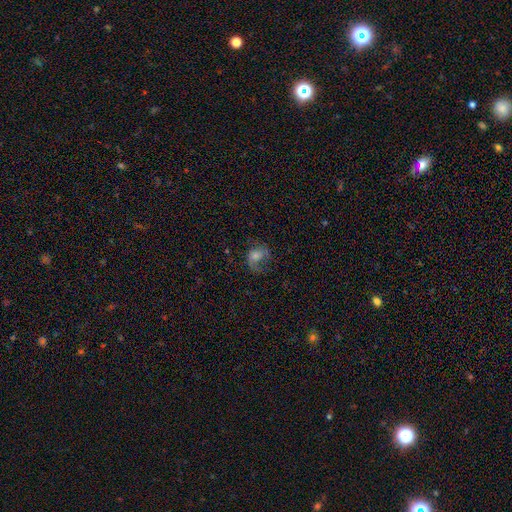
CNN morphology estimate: Smooth or featured? Predicted: featured or disk (p=0.48). Merging? Predicted: none (p=0.48).